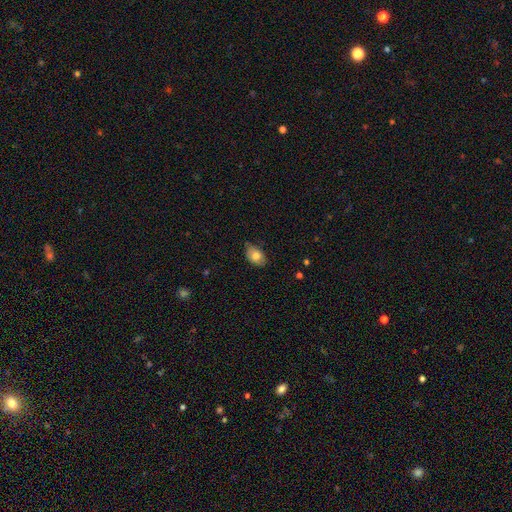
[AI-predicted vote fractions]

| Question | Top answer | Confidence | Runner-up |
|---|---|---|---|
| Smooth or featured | smooth | 75% | featured or disk (17%) |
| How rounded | in between | 86% | round (13%) |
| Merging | none | 69% | minor disturbance (25%) |